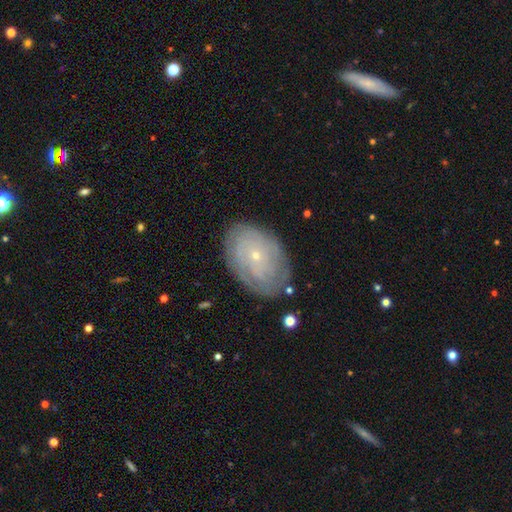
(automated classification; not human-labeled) smooth_or_featured: featured or disk (p=0.65) [alt: smooth p=0.26]
disk_edge_on: no (p=0.95) [alt: yes p=0.05]
bar: no (p=0.87) [alt: weak p=0.11]
has_spiral_arms: yes (p=0.74) [alt: no p=0.26]
bulge_size: small (p=0.86) [alt: moderate p=0.11]
merging: none (p=0.80) [alt: minor disturbance p=0.15]